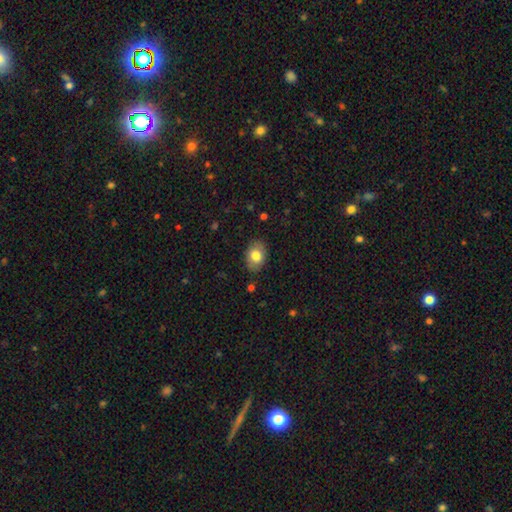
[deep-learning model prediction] A smooth galaxy with no disk features (80%) that is in between round and cigar-shaped (74%). Merging: none (85%).